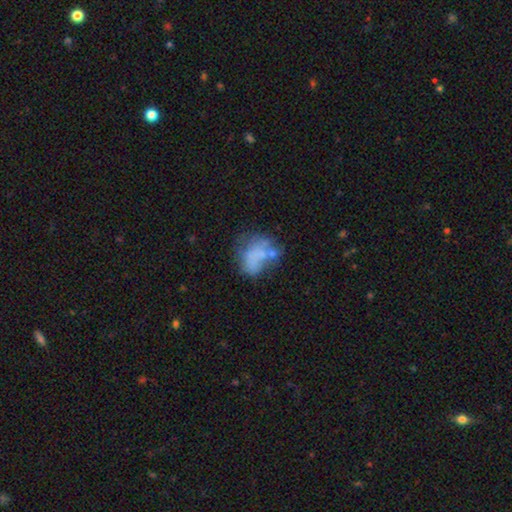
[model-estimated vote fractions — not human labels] A smooth galaxy with no disk features (51%) that is in between round and cigar-shaped (62%). Merging: none (31%).